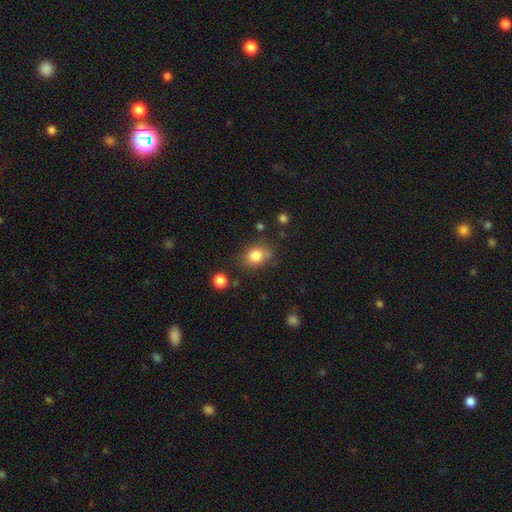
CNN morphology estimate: smooth-or-featured: smooth: 82% | star or artifact: 10% | featured or disk: 7%
  how-rounded: round: 51% | in between: 48% | cigar-shaped: 1%
  merging: none: 74% | minor disturbance: 16% | merger: 5% | major disturbance: 5%